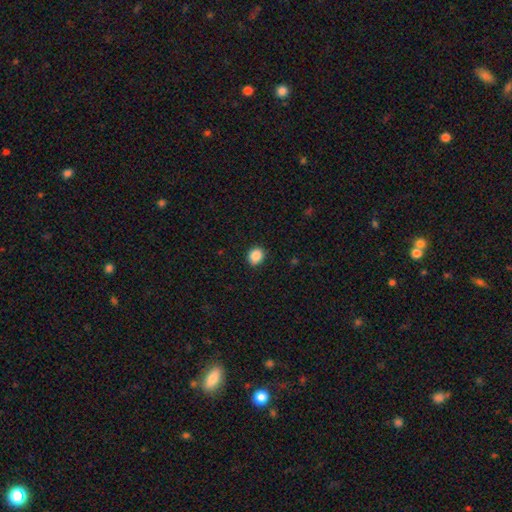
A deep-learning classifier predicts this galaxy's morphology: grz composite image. It shows a smooth galaxy with no disk features (88%) that is round (69%). Merging: none (90%).